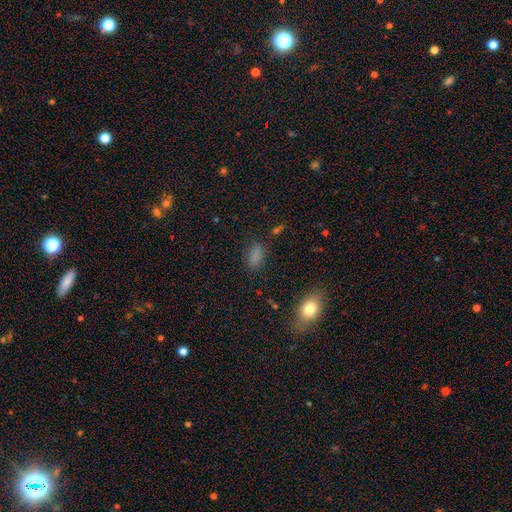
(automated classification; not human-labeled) This appears to be a smooth galaxy with no disk features (78%) that is in between round and cigar-shaped (87%). Merging: none (79%).